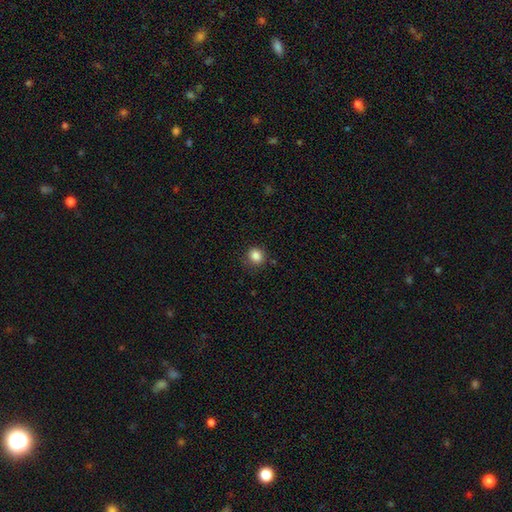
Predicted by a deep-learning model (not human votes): This is clearly a smooth galaxy (85%). How rounded: clearly round (84%). Merging: clearly none (85%).